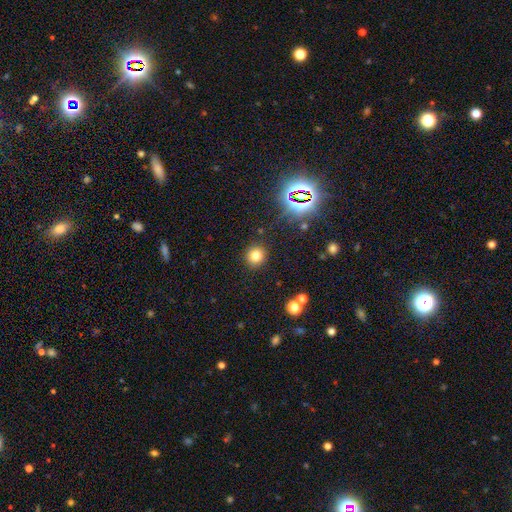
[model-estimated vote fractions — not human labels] smooth 76%, star or artifact 17%, featured or disk 7%. Down the decision tree: how rounded — round (88%); merging — none (88%).